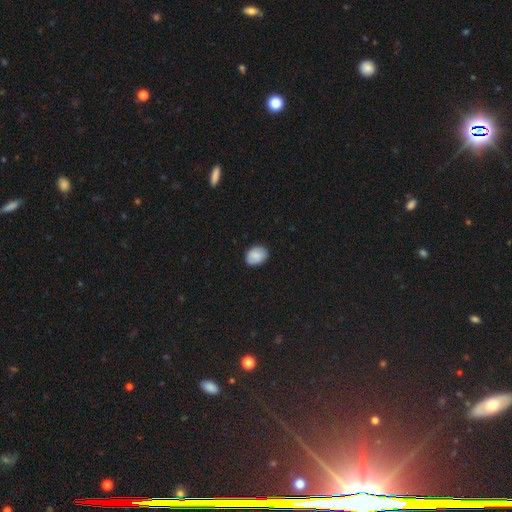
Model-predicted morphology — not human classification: smooth_or_featured: smooth (p=0.80) [alt: featured or disk p=0.12]
how_rounded: in between (p=0.68) [alt: round p=0.31]
merging: none (p=0.85) [alt: minor disturbance p=0.12]